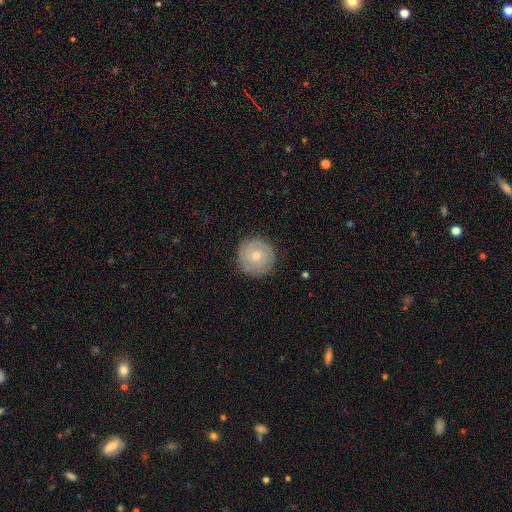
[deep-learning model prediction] smooth_or_featured: featured or disk (p=0.63) [alt: smooth p=0.31]
disk_edge_on: no (p=0.98) [alt: yes p=0.02]
bar: no (p=0.80) [alt: weak p=0.17]
has_spiral_arms: yes (p=0.88) [alt: no p=0.12]
spiral_winding: tight (p=0.77) [alt: medium p=0.18]
spiral_arm_count: can't tell (p=0.32) [alt: 2 p=0.31]
bulge_size: moderate (p=0.54) [alt: small p=0.42]
merging: none (p=0.87) [alt: minor disturbance p=0.10]